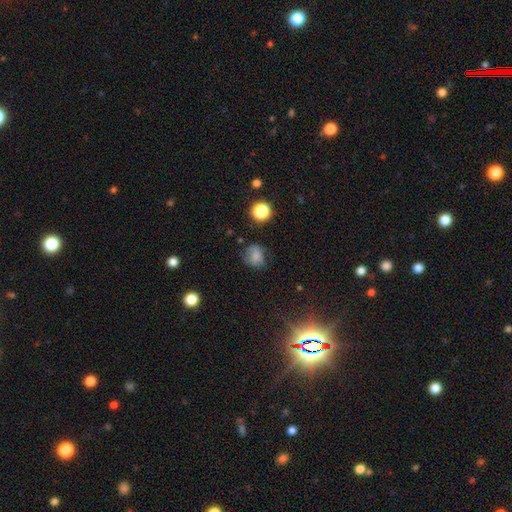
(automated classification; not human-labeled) smooth-or-featured: smooth: 71% | star or artifact: 16% | featured or disk: 14%
  how-rounded: round: 60% | in between: 39% | cigar-shaped: 1%
  merging: none: 55% | minor disturbance: 29% | major disturbance: 13% | merger: 3%